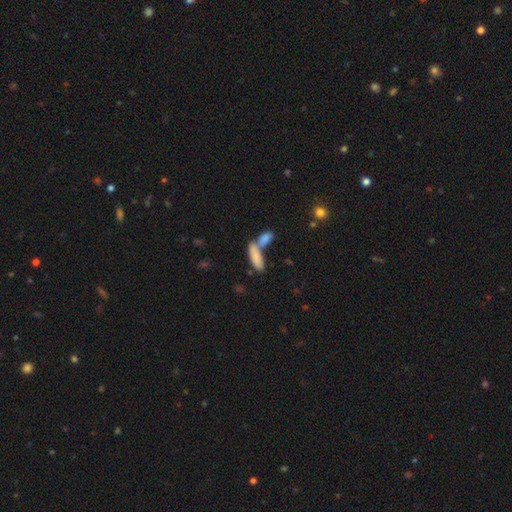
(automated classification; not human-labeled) Smooth or featured? Predicted: smooth (p=0.82). How rounded? Predicted: in between (p=0.57). Merging? Predicted: merger (p=0.53).